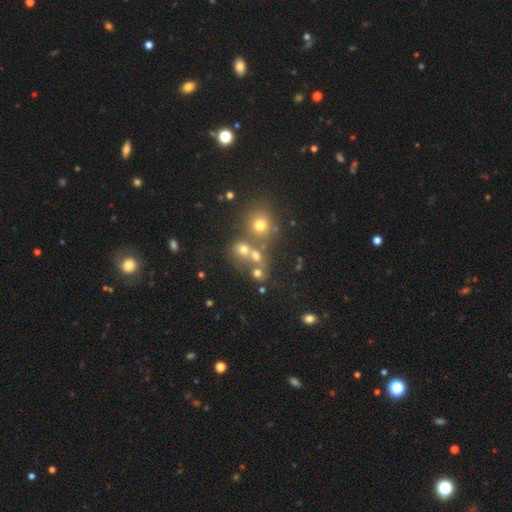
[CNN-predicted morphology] smooth_or_featured: smooth (p=0.62) [alt: star or artifact p=0.22]
how_rounded: round (p=0.73) [alt: in between p=0.26]
merging: none (p=0.47) [alt: merger p=0.38]